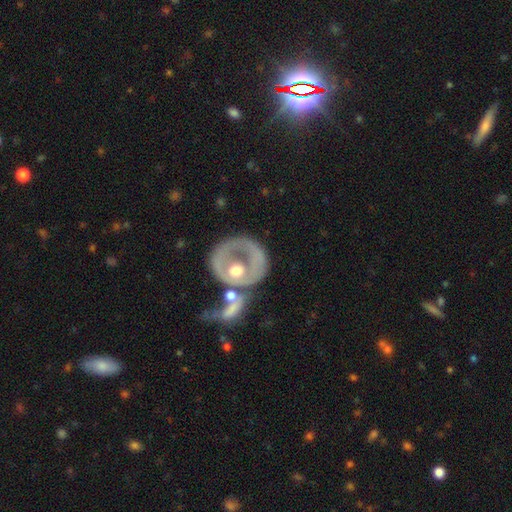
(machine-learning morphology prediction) Smooth or featured? Predicted: featured or disk (p=0.62). Edge-on disk? Predicted: no (p=0.95). Bar? Predicted: no (p=0.84). Spiral arms? Predicted: no (p=0.80). Bulge size? Predicted: moderate (p=0.74). Merging? Predicted: none (p=0.33).